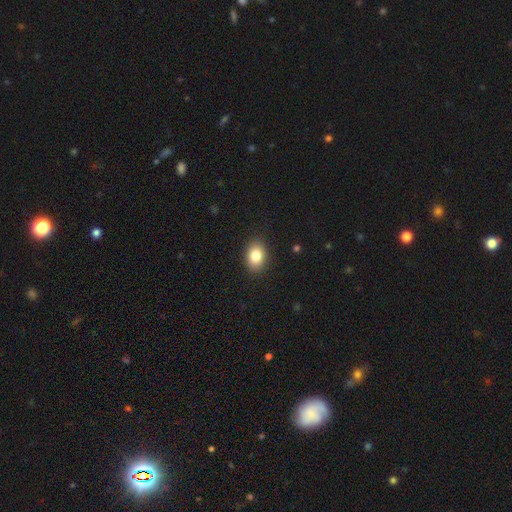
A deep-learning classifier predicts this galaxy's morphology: A smooth galaxy with no disk features (83%) that is in between round and cigar-shaped (74%). Merging: none (89%).